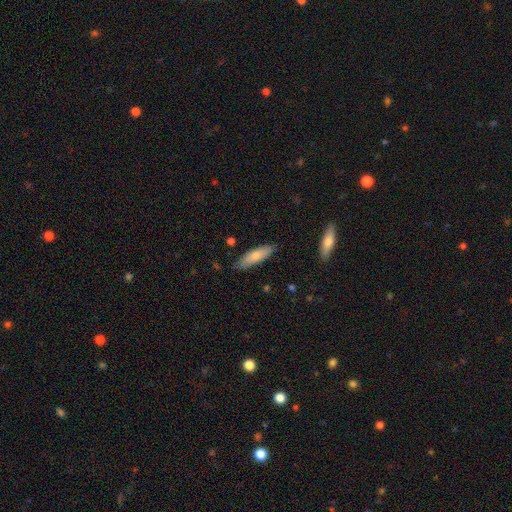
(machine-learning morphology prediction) type=smooth (77%); roundness=cigar-shaped (56%); merging=none (83%).